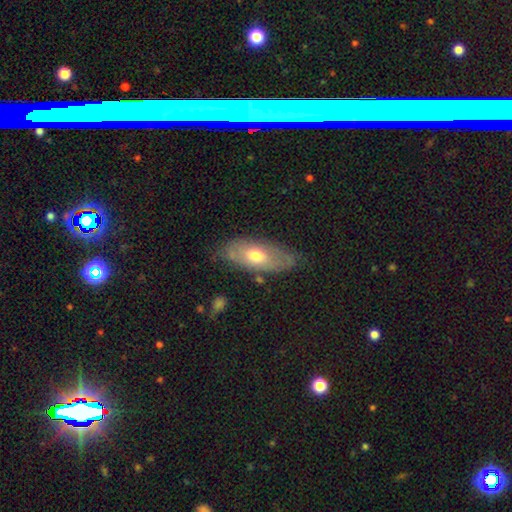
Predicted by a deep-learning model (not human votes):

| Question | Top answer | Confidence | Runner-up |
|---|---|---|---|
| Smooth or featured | smooth | 55% | featured or disk (39%) |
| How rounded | in between | 84% | cigar-shaped (12%) |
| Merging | none | 68% | minor disturbance (23%) |